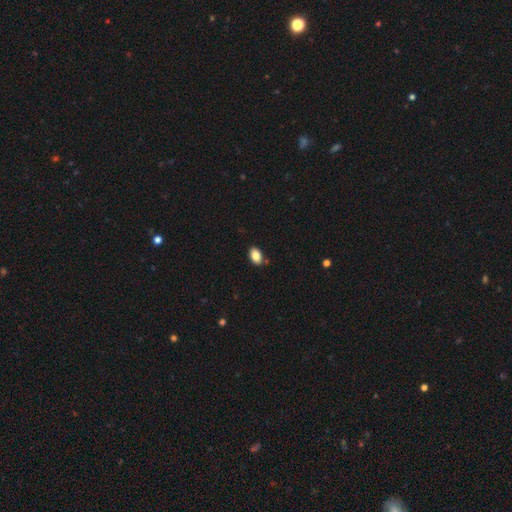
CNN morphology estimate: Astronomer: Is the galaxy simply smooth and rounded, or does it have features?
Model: smooth — 86%.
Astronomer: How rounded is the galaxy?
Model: in between — 87%.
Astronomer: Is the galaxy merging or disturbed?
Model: none — 83%.